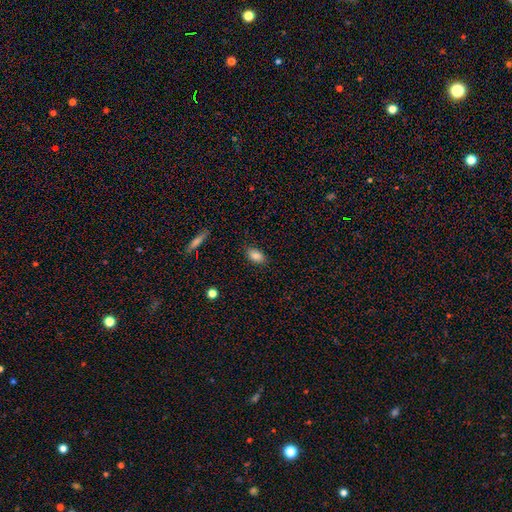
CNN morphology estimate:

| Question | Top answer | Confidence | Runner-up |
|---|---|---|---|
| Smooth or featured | smooth | 84% | star or artifact (8%) |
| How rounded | in between | 90% | round (6%) |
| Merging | none | 86% | minor disturbance (11%) |